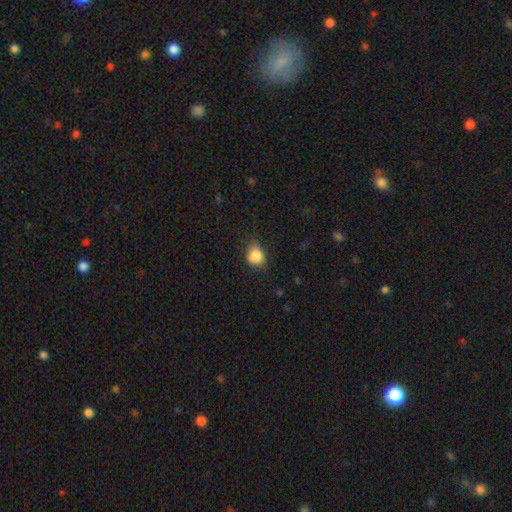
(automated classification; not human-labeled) Q: Smooth or featured?
A: smooth (86%); runner-up: star or artifact (9%)
Q: How rounded?
A: round (65%); runner-up: in between (34%)
Q: Merging?
A: none (62%); runner-up: minor disturbance (30%)